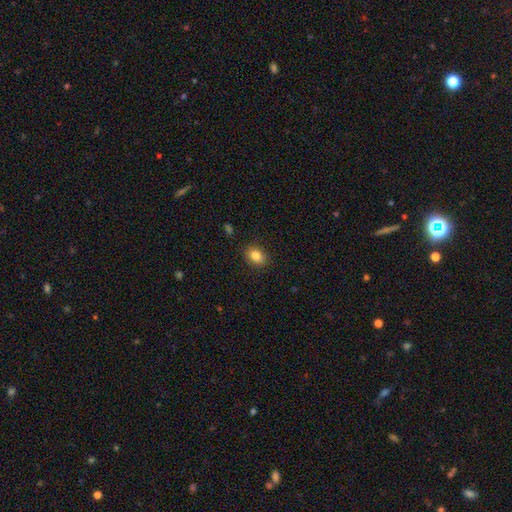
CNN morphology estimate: Smooth or featured? Predicted: smooth (p=0.84). How rounded? Predicted: in between (p=0.68). Merging? Predicted: none (p=0.87).